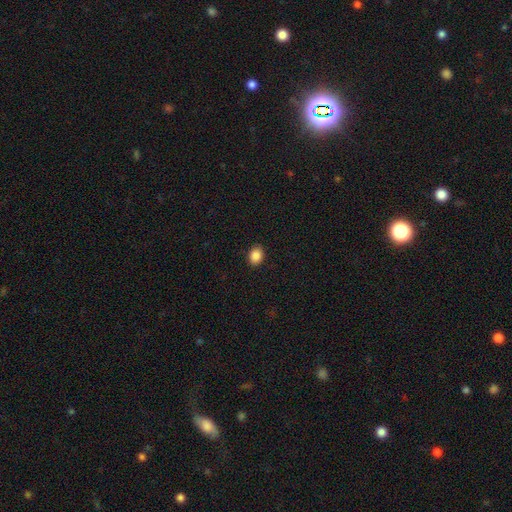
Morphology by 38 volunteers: A smooth galaxy with no disk features (87%) that is round (61%).

Vote fractions:
- Smooth or featured? smooth: 87% / star or artifact: 8% / featured or disk: 5%
- How rounded? round: 61% / in between: 39% / cigar-shaped: 0%
- Merging? none: 97% / minor disturbance: 3% / major disturbance: 0% / merger: 0%